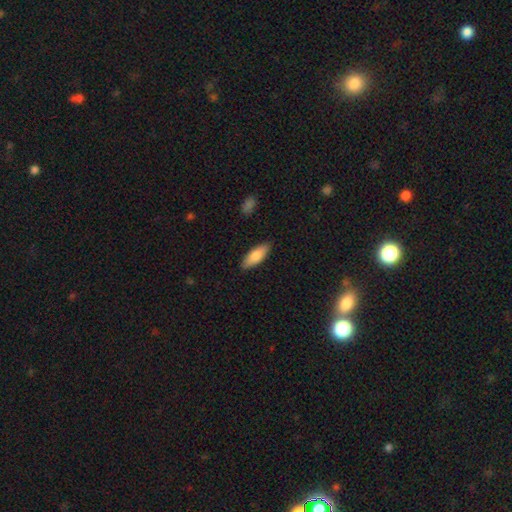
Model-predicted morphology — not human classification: Smooth or featured: smooth — 79% (featured or disk — 16%)
How rounded: in between — 68% (cigar-shaped — 30%)
Merging: none — 88% (minor disturbance — 9%)